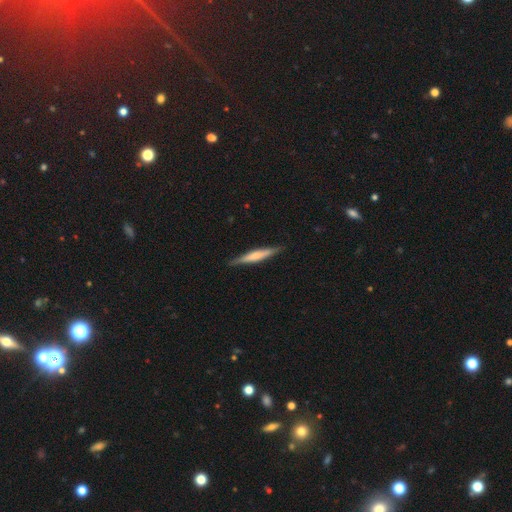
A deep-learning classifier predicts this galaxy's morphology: smooth-or-featured: smooth: 48% | featured or disk: 47% | star or artifact: 5%
  merging: none: 88% | minor disturbance: 9% | major disturbance: 2% | merger: 1%